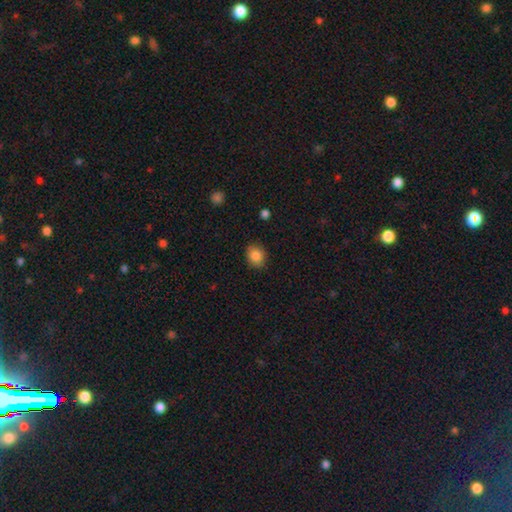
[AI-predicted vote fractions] Morphology: type=smooth (86%); roundness=round (56%); merging=none (87%).